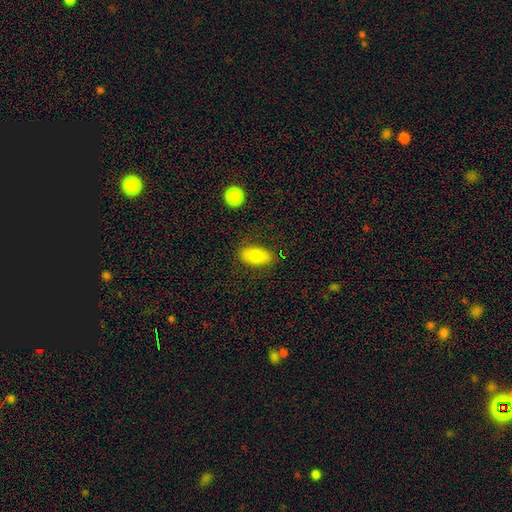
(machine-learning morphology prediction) A smooth galaxy with no disk features (78%) that is in between round and cigar-shaped (89%). Merging: none (84%).